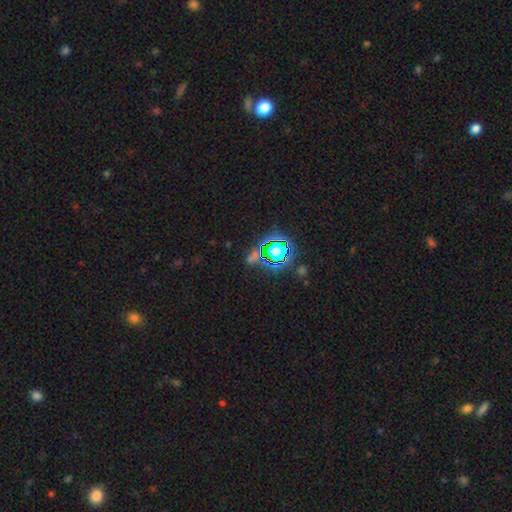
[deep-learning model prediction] Smooth or featured: star or artifact — 75% (smooth — 17%)